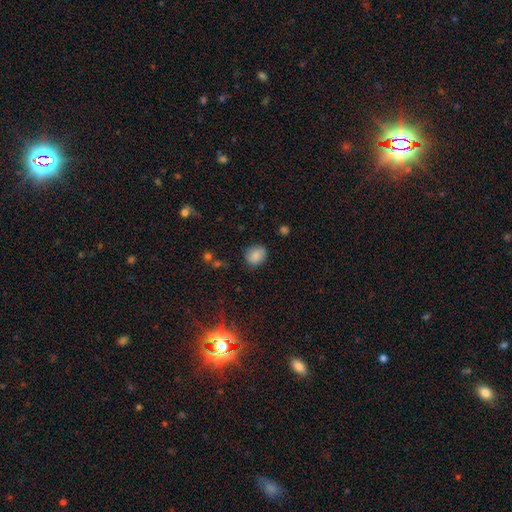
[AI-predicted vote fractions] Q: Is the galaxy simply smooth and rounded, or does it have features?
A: smooth — 85%.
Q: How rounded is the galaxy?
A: round — 59%.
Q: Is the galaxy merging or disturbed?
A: none — 79%.